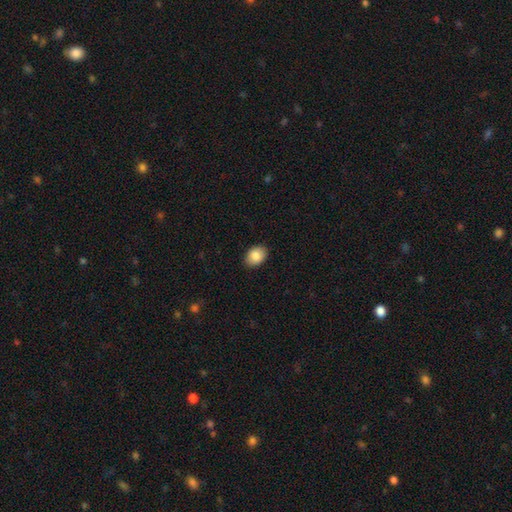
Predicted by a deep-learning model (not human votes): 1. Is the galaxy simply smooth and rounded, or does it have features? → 88% smooth, 7% star or artifact, 5% featured or disk.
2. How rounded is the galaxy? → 73% in between, 26% round, 1% cigar-shaped.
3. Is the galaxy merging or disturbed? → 89% none, 8% minor disturbance, 2% major disturbance, 1% merger.